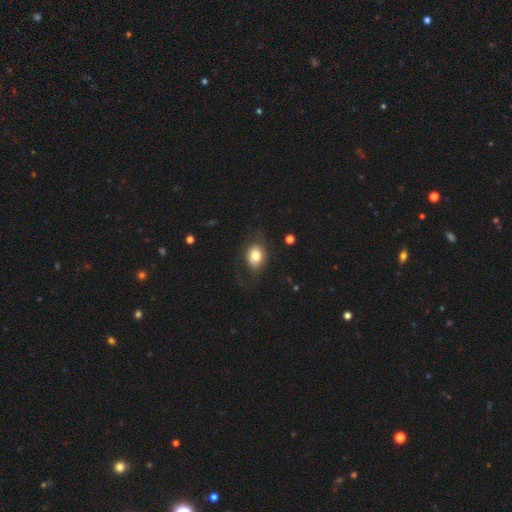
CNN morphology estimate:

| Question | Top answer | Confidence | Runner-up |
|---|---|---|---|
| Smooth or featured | smooth | 75% | featured or disk (17%) |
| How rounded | in between | 69% | round (30%) |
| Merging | none | 68% | minor disturbance (17%) |